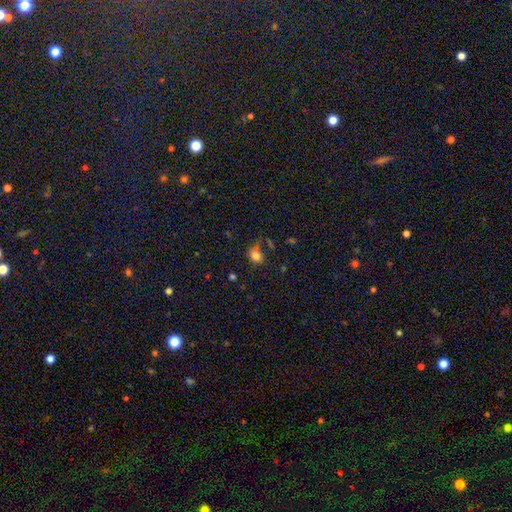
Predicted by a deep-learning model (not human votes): Smooth or featured? Predicted: smooth (p=0.78). How rounded? Predicted: round (p=0.57). Merging? Predicted: none (p=0.52).